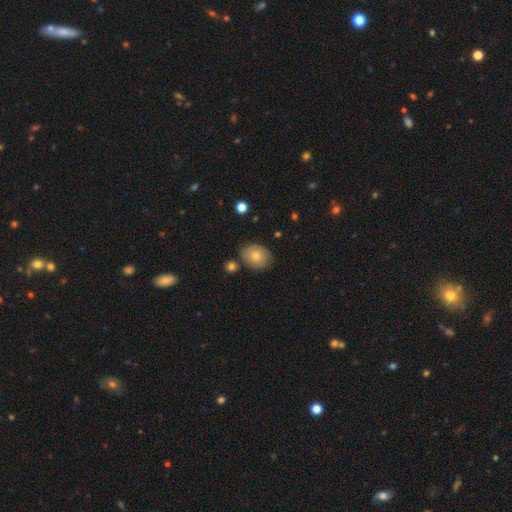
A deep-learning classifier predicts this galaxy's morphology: Smooth or featured? smooth (70%)
How rounded? round (56%)
Merging? none (80%)